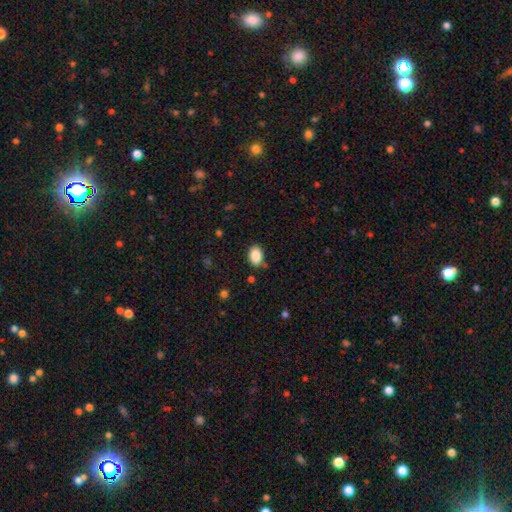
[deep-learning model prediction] A smooth galaxy with no disk features (87%) that is in between round and cigar-shaped (83%). Merging: none (79%).